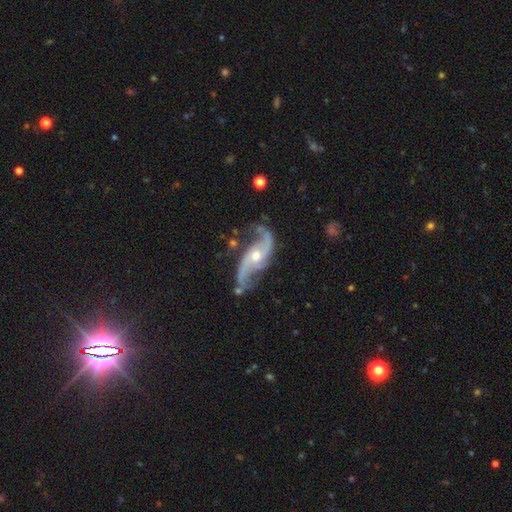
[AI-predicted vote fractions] Smooth or featured? Predicted: featured or disk (p=0.91). Edge-on disk? Predicted: no (p=0.95). Bar? Predicted: no (p=0.57). Spiral arms? Predicted: yes (p=0.97). Spiral winding? Predicted: loose (p=0.65). Spiral arm count? Predicted: 2 (p=0.92). Bulge size? Predicted: moderate (p=0.58). Merging? Predicted: none (p=0.69).